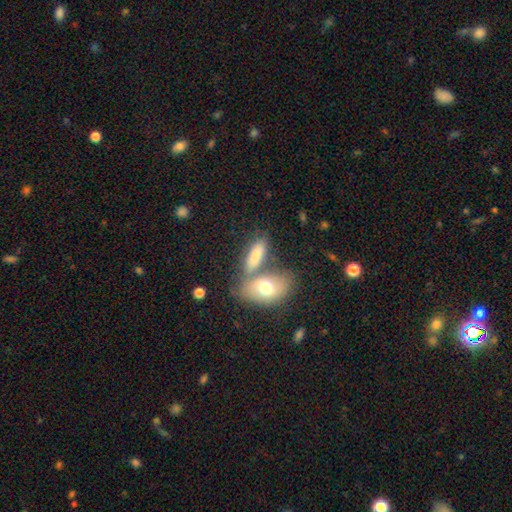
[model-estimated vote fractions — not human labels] smooth_or_featured: smooth (p=0.73) [alt: featured or disk p=0.20]
how_rounded: in between (p=0.75) [alt: cigar-shaped p=0.19]
merging: none (p=0.45) [alt: merger p=0.37]